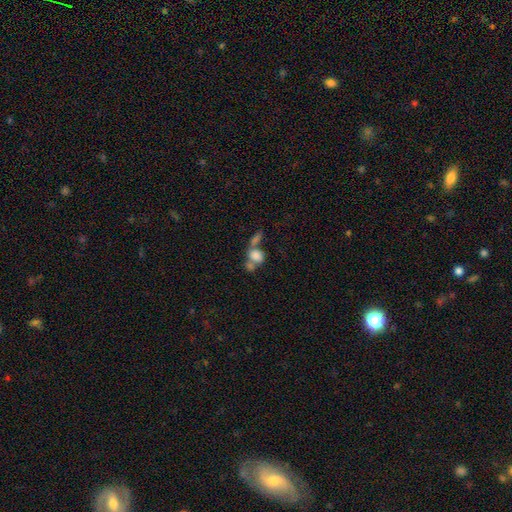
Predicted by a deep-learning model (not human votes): A smooth galaxy with no disk features (74%) that is in between round and cigar-shaped (54%). Merging: merger (59%).